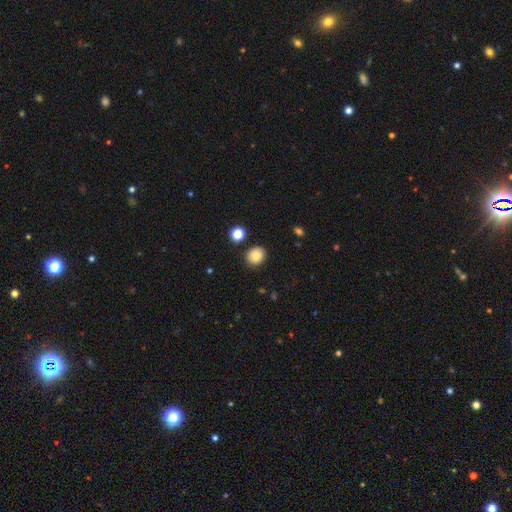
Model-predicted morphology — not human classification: smooth-or-featured: smooth: 85% | star or artifact: 10% | featured or disk: 5%
  how-rounded: round: 77% | in between: 22% | cigar-shaped: 1%
  merging: none: 87% | minor disturbance: 8% | merger: 3% | major disturbance: 2%